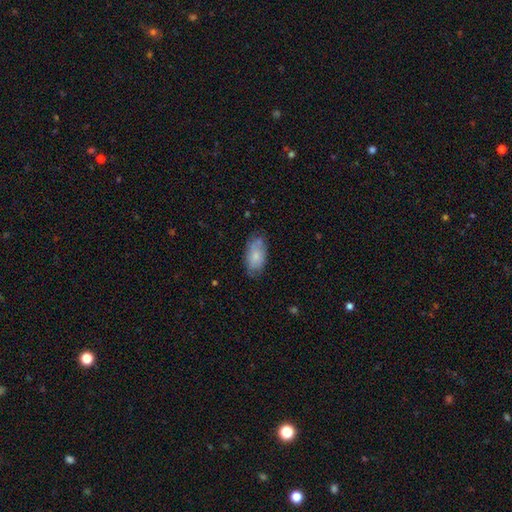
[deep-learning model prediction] Q: Smooth or featured?
A: smooth (76%); runner-up: featured or disk (17%)
Q: How rounded?
A: in between (93%); runner-up: cigar-shaped (4%)
Q: Merging?
A: none (67%); runner-up: minor disturbance (24%)